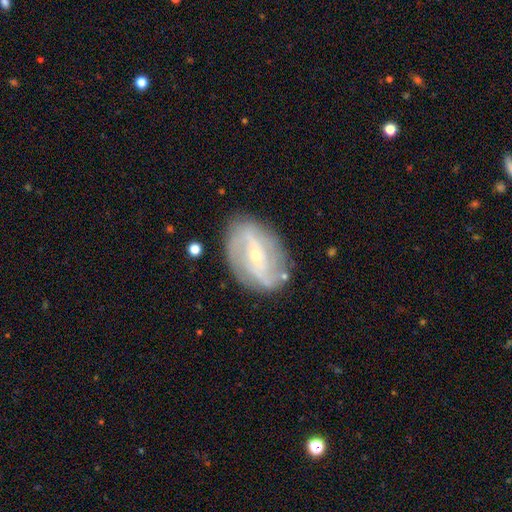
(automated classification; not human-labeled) Smooth or featured? Predicted: featured or disk (p=0.81). Edge-on disk? Predicted: no (p=0.94). Bar? Predicted: weak (p=0.34). Spiral arms? Predicted: yes (p=0.81). Spiral winding? Predicted: medium (p=0.37). Spiral arm count? Predicted: 2 (p=0.68). Bulge size? Predicted: small (p=0.70). Merging? Predicted: none (p=0.78).